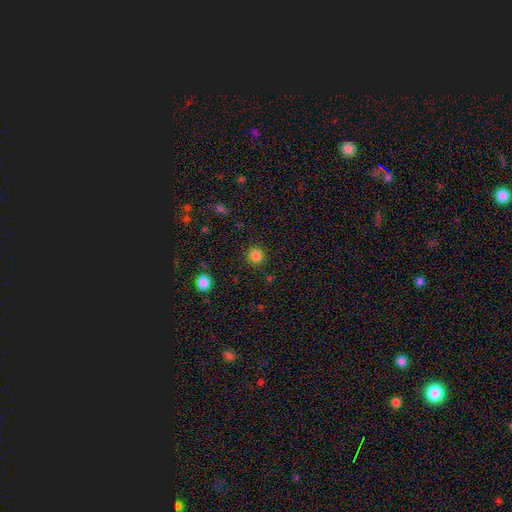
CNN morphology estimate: A smooth galaxy with no disk features (84%) that is round (92%). Merging: none (90%).